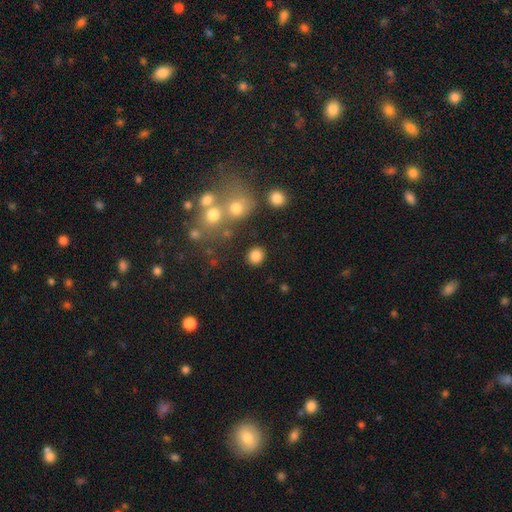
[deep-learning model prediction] Smooth or featured?
  - smooth: 83% *
  - star or artifact: 12%
  - featured or disk: 5%
How rounded?
  - round: 81% *
  - in between: 18%
  - cigar-shaped: 1%
Merging?
  - none: 85% *
  - minor disturbance: 7%
  - merger: 4%
  - major disturbance: 3%